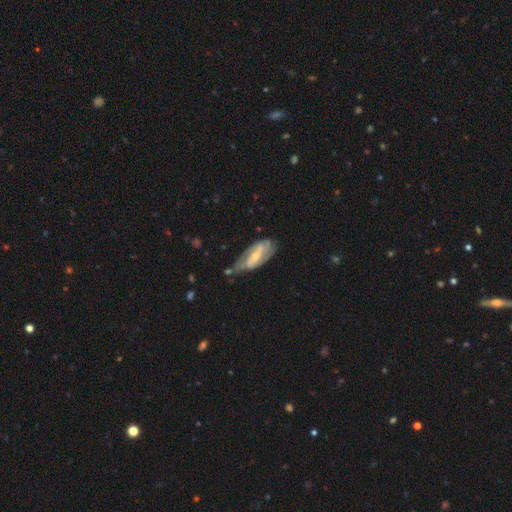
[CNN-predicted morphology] featured or disk 75%, smooth 20%, star or artifact 6%. Down the decision tree: edge-on disk — no (91%); bar — strong (52%); spiral arms — yes (82%); spiral arm count — 2 (75%); spiral winding — medium (41%); bulge size — small (57%); merging — none (52%).